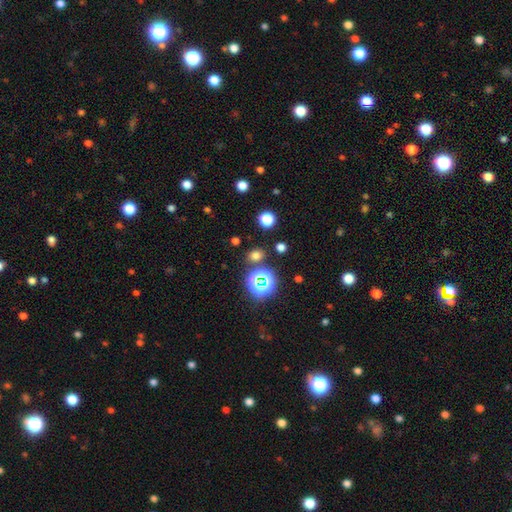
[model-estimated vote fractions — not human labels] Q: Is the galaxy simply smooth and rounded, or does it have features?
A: smooth — 65%.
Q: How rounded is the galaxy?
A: round — 61%.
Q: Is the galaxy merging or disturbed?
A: none — 82%.